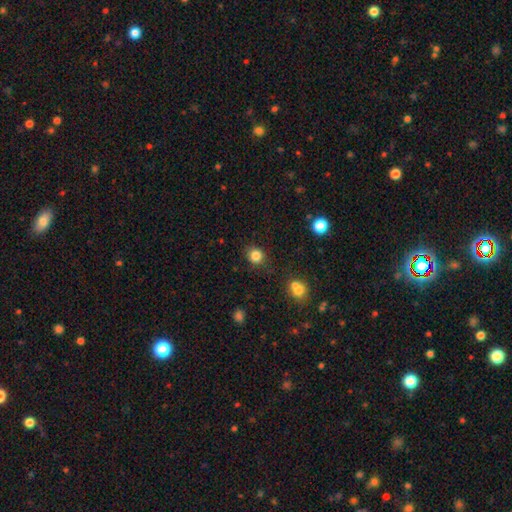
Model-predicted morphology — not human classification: Smooth or featured: smooth — 83% (star or artifact — 12%)
How rounded: round — 80% (in between — 19%)
Merging: none — 83% (minor disturbance — 11%)